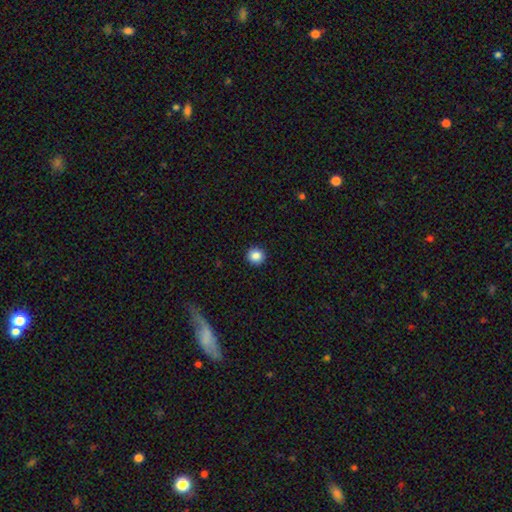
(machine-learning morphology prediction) This appears to be a smooth galaxy with no disk features (86%) that is round (95%). Merging: none (93%).